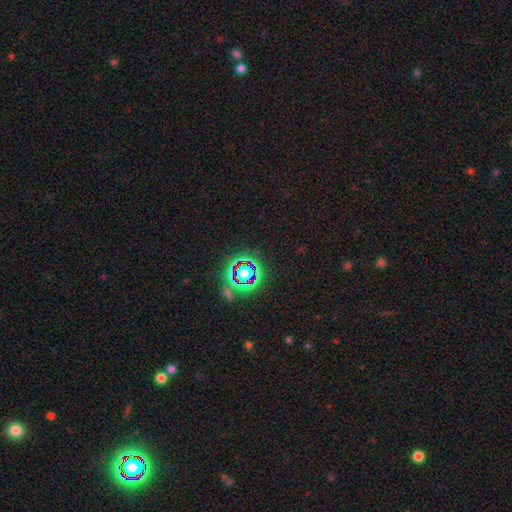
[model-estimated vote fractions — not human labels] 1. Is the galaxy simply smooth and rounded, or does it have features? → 70% star or artifact, 21% smooth, 9% featured or disk.